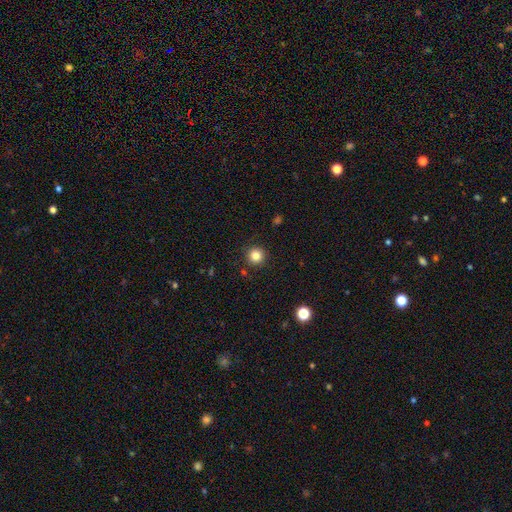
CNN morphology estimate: This appears to be a smooth galaxy with no disk features (83%) that is round (95%). Merging: none (90%).